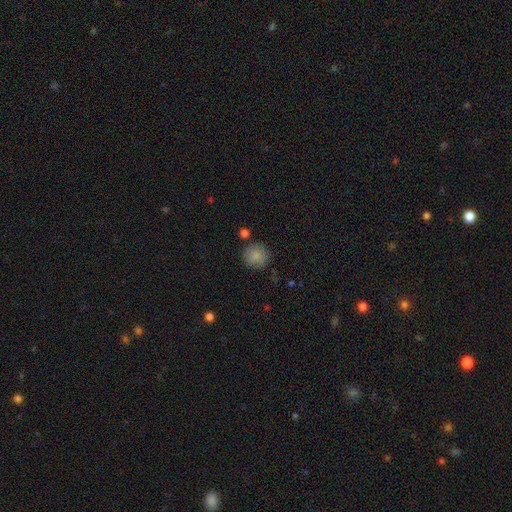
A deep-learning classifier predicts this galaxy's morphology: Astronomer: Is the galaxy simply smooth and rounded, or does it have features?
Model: smooth — 85%.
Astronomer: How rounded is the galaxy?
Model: round — 90%.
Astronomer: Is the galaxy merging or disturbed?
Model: none — 81%.